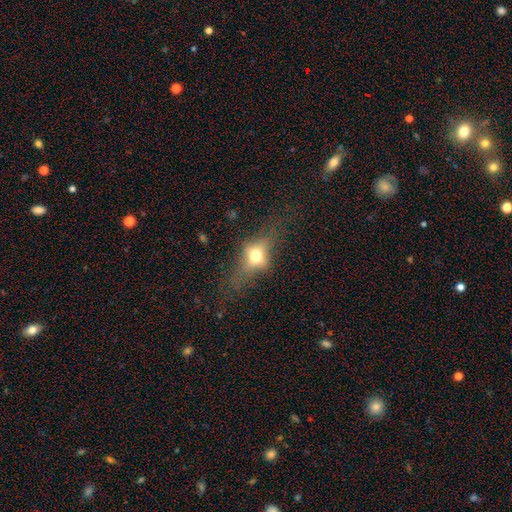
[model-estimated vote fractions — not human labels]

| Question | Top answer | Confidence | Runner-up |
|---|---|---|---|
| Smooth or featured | smooth | 48% | featured or disk (38%) |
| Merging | none | 60% | major disturbance (19%) |